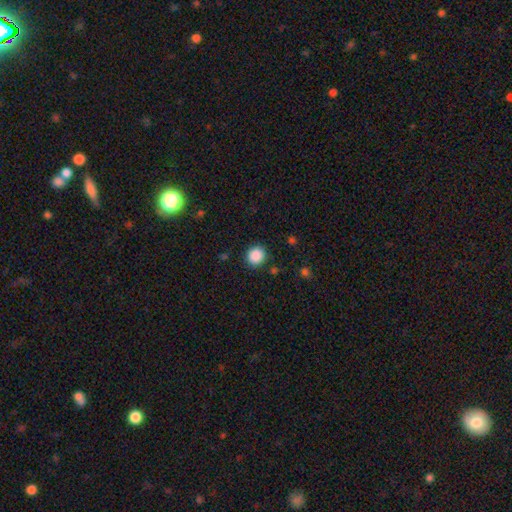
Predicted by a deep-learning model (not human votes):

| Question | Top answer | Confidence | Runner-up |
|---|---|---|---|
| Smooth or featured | smooth | 88% | star or artifact (9%) |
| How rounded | round | 88% | in between (11%) |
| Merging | none | 89% | minor disturbance (7%) |